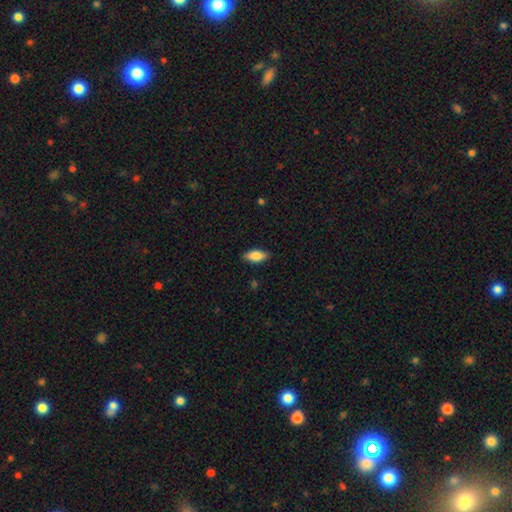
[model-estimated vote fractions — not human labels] smooth_or_featured: smooth (p=0.82) [alt: featured or disk p=0.12]
how_rounded: in between (p=0.85) [alt: cigar-shaped p=0.13]
merging: none (p=0.86) [alt: minor disturbance p=0.11]